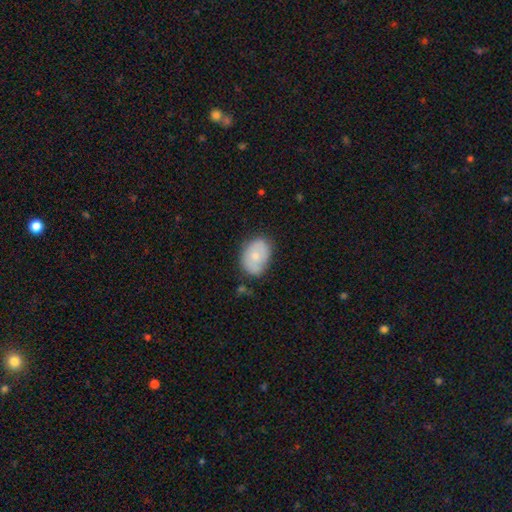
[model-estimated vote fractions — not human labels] Smooth or featured? smooth (71%)
How rounded? in between (75%)
Merging? none (65%)